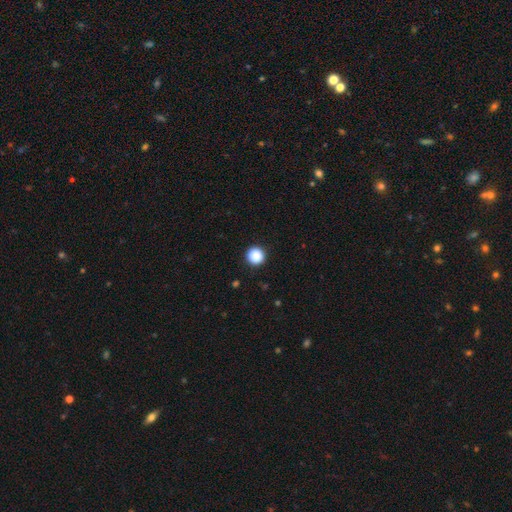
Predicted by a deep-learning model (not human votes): smooth 88%, star or artifact 9%, featured or disk 2%. Down the decision tree: how rounded — round (96%); merging — none (92%).